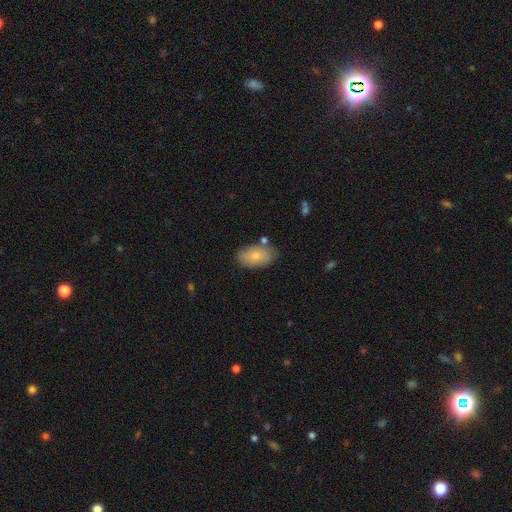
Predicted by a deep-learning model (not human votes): Overall: smooth (76%). How rounded: in between (92%). Merging: none (72%).